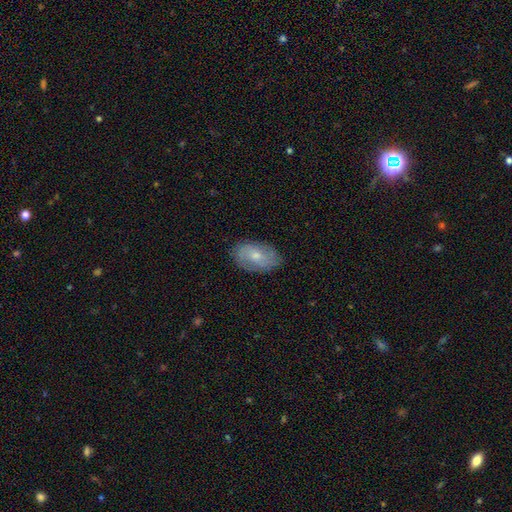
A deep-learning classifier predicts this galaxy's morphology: The model was most divided on "smooth or featured": smooth: 53%, featured or disk: 41%, star or artifact: 7%. More confident: how rounded — in between (90%); merging — none (78%).